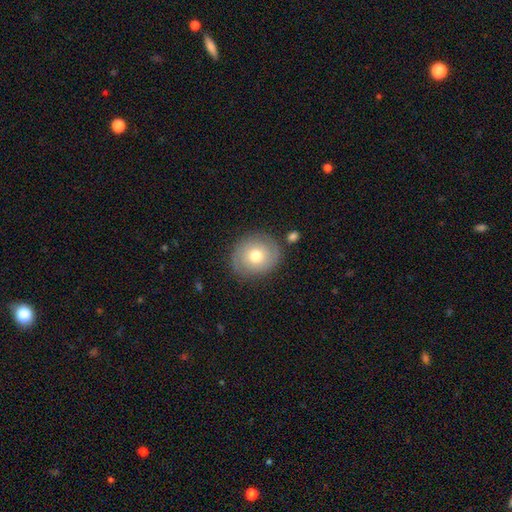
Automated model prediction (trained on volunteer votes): Smooth or featured? Predicted: smooth (p=0.49). Merging? Predicted: none (p=0.83).